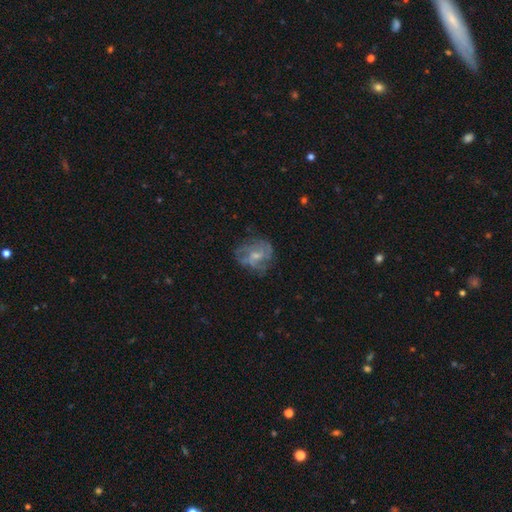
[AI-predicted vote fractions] Smooth or featured: featured or disk — 70% (smooth — 22%)
Edge-on disk: no — 98% (yes — 2%)
Bar: no — 58% (weak — 36%)
Spiral arms: yes — 78% (no — 22%)
Spiral winding: medium — 45% (tight — 30%)
Spiral arm count: can't tell — 35% (3 — 23%)
Bulge size: small — 55% (moderate — 36%)
Merging: none — 64% (minor disturbance — 21%)